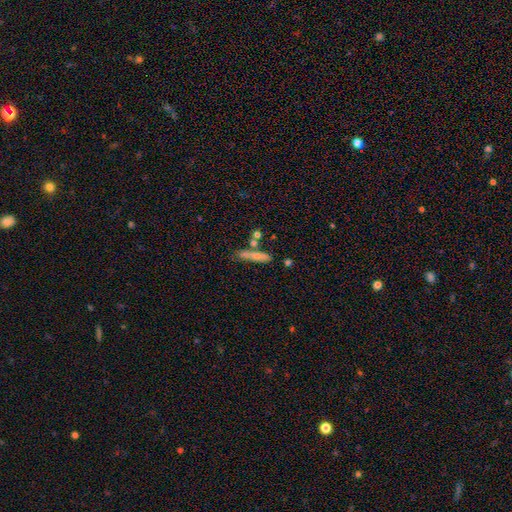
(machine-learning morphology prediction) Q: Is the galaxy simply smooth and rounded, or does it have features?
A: smooth — 60%.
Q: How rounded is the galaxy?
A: cigar-shaped — 83%.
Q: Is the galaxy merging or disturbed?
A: none — 62%.